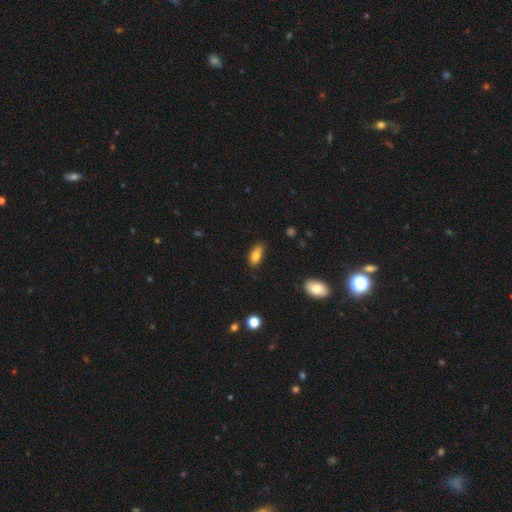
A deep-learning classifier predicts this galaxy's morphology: This is clearly a smooth galaxy (81%). How rounded: clearly in between (85%). Merging: likely none (67%).